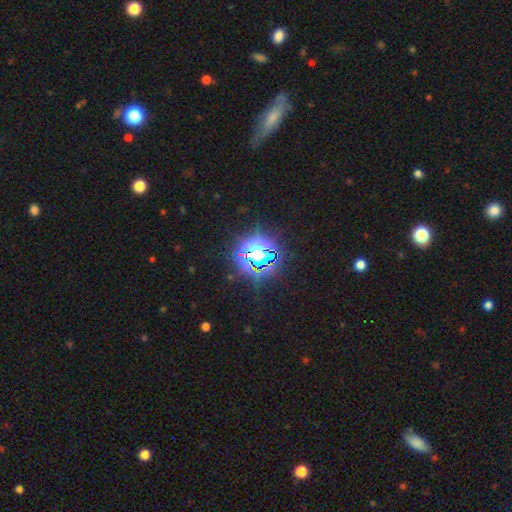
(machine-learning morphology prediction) star or artifact 74%, smooth 16%, featured or disk 10%.